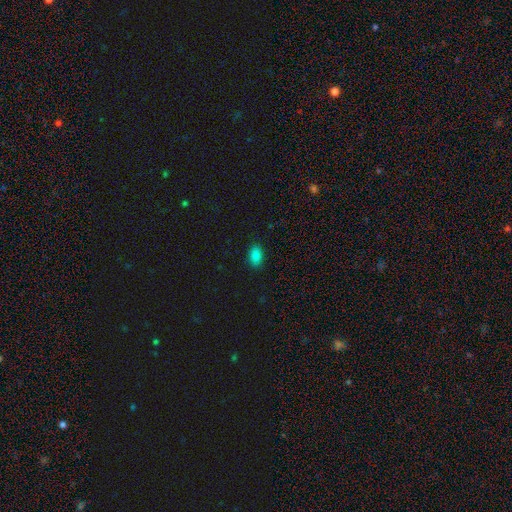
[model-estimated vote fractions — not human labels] The model was most divided on "smooth or featured": smooth: 84%, star or artifact: 11%, featured or disk: 5%. More confident: how rounded — in between (90%); merging — none (89%).